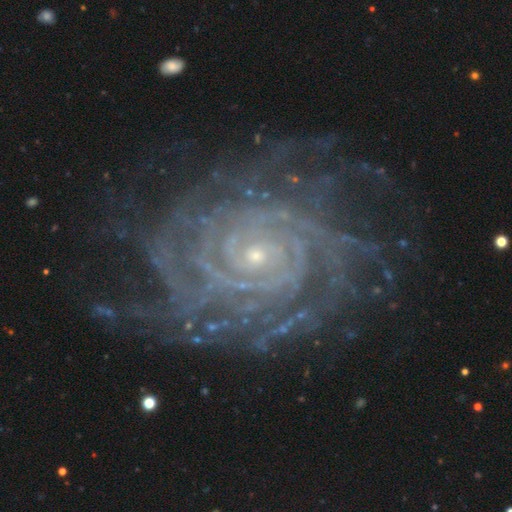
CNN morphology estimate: Q: Smooth or featured?
A: featured or disk (90%); runner-up: star or artifact (6%)
Q: Edge-on disk?
A: no (97%); runner-up: yes (3%)
Q: Bar?
A: no (69%); runner-up: weak (20%)
Q: Spiral arms?
A: yes (98%); runner-up: no (2%)
Q: Spiral winding?
A: tight (86%); runner-up: medium (12%)
Q: Spiral arm count?
A: more than 4 (32%); runner-up: can't tell (21%)
Q: Bulge size?
A: small (85%); runner-up: moderate (11%)
Q: Merging?
A: none (77%); runner-up: minor disturbance (14%)